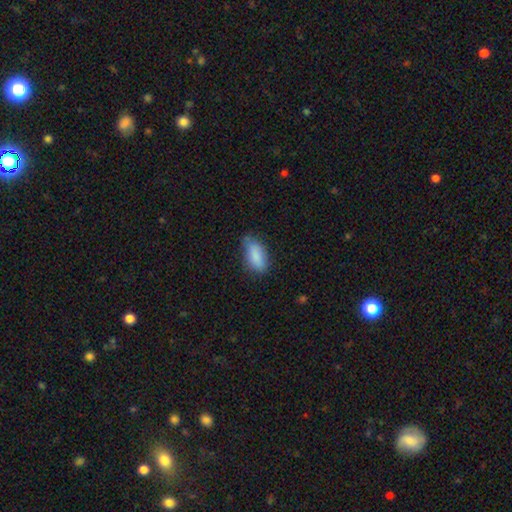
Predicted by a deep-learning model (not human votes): This appears to be a smooth galaxy with no disk features (85%) that is in between round and cigar-shaped (87%). Merging: none (64%).